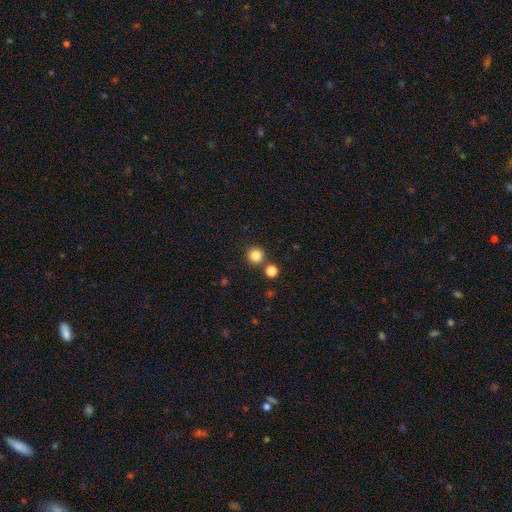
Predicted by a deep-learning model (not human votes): Smooth or featured? smooth (84%)
How rounded? round (95%)
Merging? none (82%)